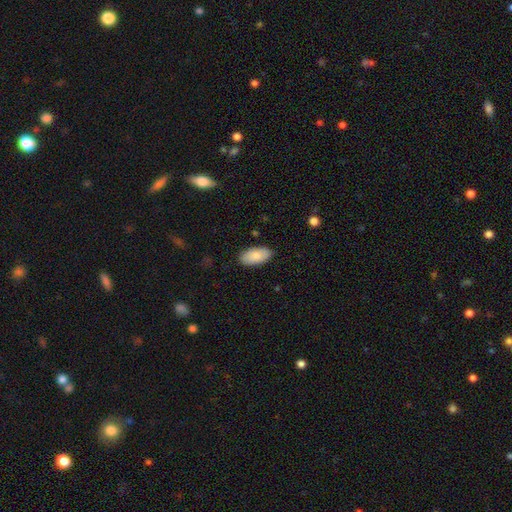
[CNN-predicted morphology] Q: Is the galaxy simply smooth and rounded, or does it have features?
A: smooth — 86%.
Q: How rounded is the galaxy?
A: in between — 95%.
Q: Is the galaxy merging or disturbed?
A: none — 87%.